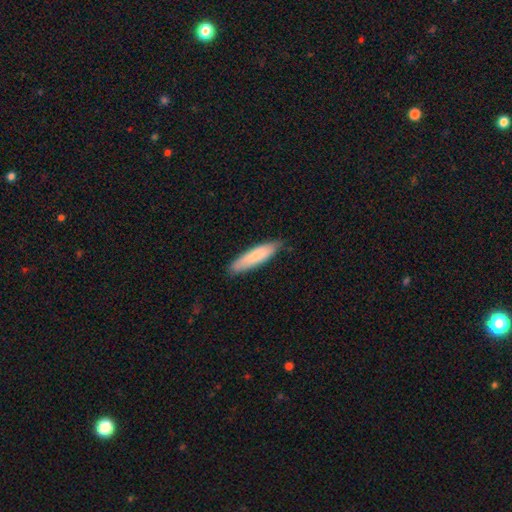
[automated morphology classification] This is likely a smooth galaxy (79%). How rounded: likely cigar-shaped (72%). Merging: clearly none (83%).